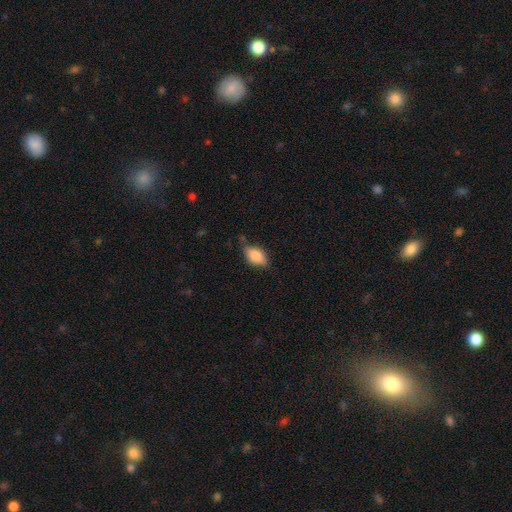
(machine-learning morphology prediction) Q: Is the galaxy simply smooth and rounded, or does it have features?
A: smooth — 82%.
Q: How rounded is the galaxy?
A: in between — 89%.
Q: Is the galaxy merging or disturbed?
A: none — 62%.